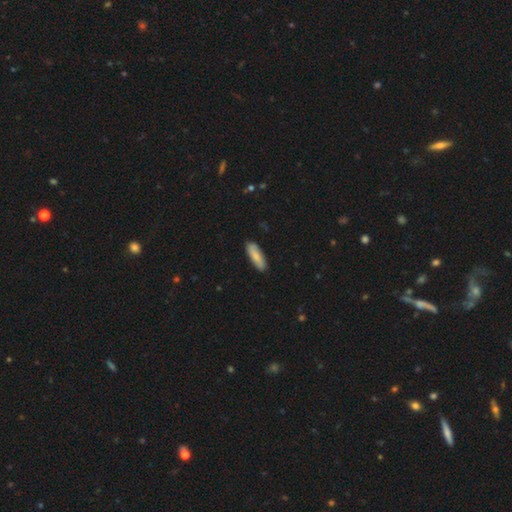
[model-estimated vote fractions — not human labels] Smooth or featured: smooth — 79% (featured or disk — 16%)
How rounded: in between — 51% (cigar-shaped — 47%)
Merging: none — 87% (minor disturbance — 10%)